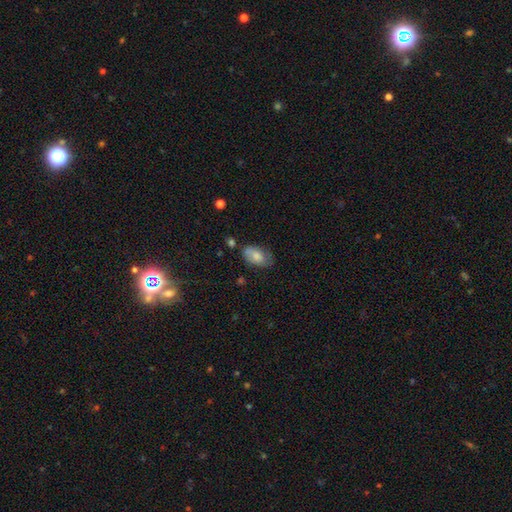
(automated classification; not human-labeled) A smooth galaxy with no disk features (75%) that is in between round and cigar-shaped (92%).

Vote fractions:
- Smooth or featured? smooth: 75% / featured or disk: 18% / star or artifact: 7%
- How rounded? in between: 92% / round: 6% / cigar-shaped: 2%
- Merging? none: 59% / minor disturbance: 29% / major disturbance: 8% / merger: 5%